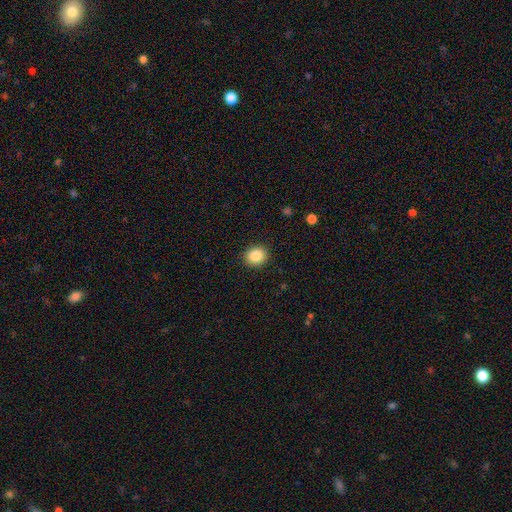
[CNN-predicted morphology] Q: Smooth or featured?
A: smooth (86%); runner-up: star or artifact (9%)
Q: How rounded?
A: round (75%); runner-up: in between (24%)
Q: Merging?
A: none (91%); runner-up: minor disturbance (6%)